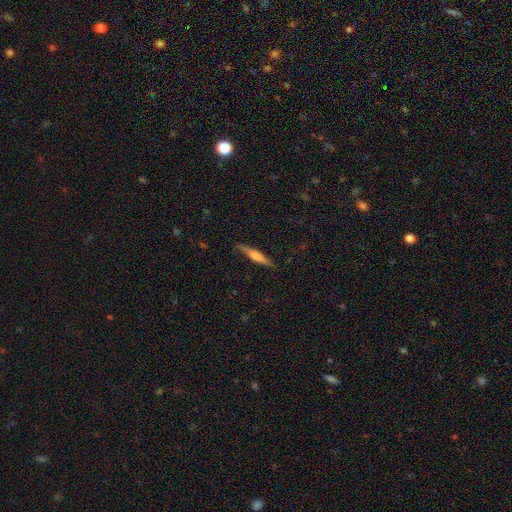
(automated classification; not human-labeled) This is possibly a featured or disk galaxy (55%). It is clearly viewed edge-on (96%). Edge-on bulge: likely rounded (73%). Merging: clearly none (87%).